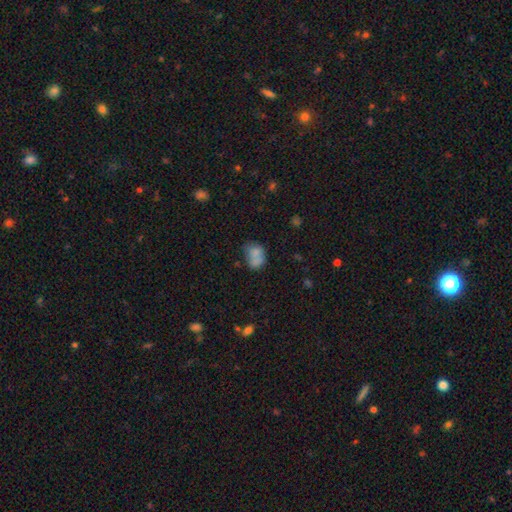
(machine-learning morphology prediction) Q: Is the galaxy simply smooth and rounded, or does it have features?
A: smooth — 73%.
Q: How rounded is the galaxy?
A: in between — 61%.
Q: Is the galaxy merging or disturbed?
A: merger — 43%.